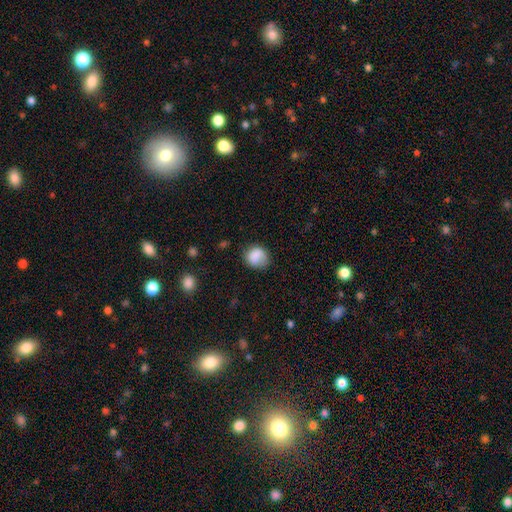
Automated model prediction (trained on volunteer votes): Morphology: type=smooth (83%); roundness=round (72%); merging=none (66%).